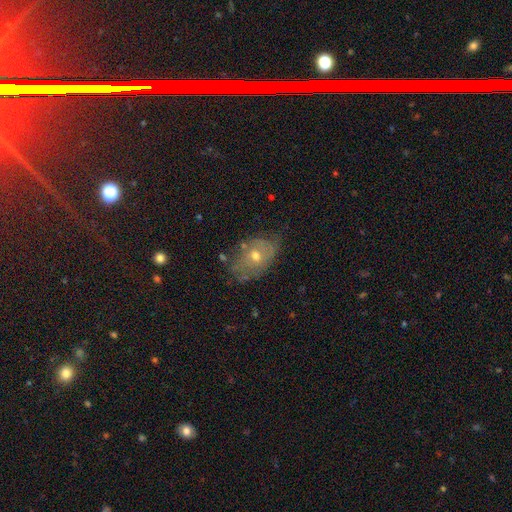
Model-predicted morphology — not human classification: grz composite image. It shows a featured or disk galaxy (50%). Merging: none (55%).